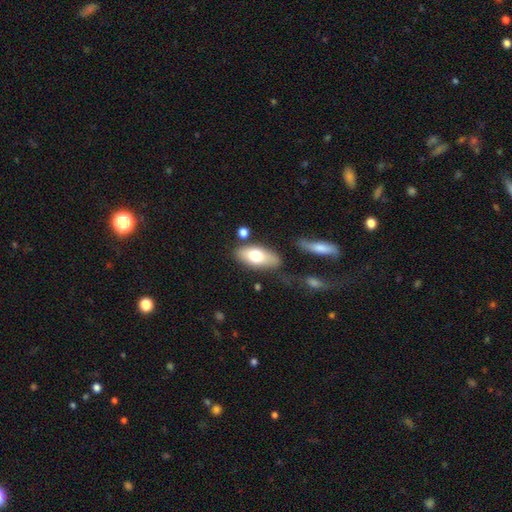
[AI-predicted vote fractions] Morphology: type=smooth (71%); roundness=in between (87%); merging=none (75%).